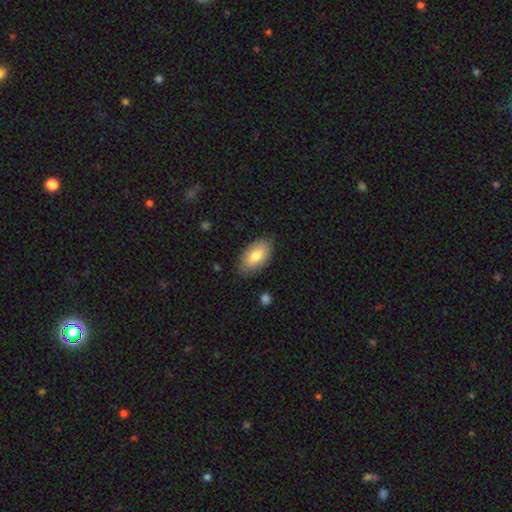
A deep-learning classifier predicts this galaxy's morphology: Overall: smooth (78%). How rounded: in between (94%). Merging: none (84%).